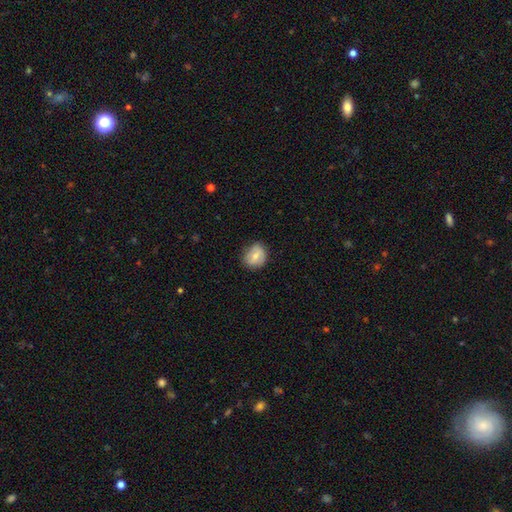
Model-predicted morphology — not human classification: type=smooth (68%); roundness=round (63%); merging=none (73%).